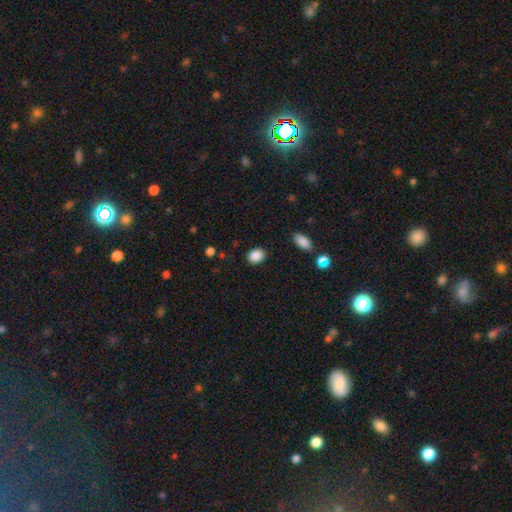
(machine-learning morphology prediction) Smooth or featured?
  - smooth: 88% *
  - star or artifact: 9%
  - featured or disk: 3%
How rounded?
  - in between: 56% *
  - round: 43%
  - cigar-shaped: 1%
Merging?
  - none: 88% *
  - minor disturbance: 8%
  - major disturbance: 3%
  - merger: 1%